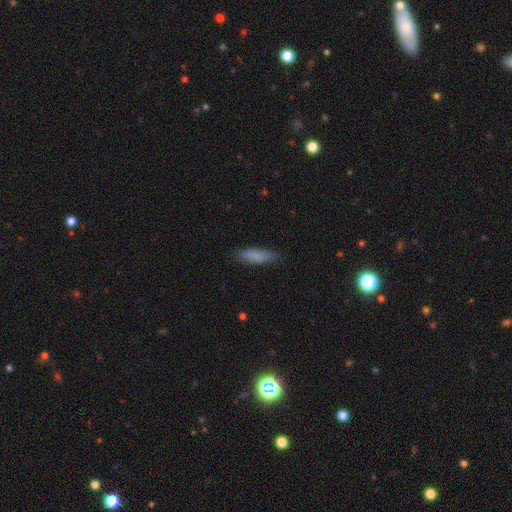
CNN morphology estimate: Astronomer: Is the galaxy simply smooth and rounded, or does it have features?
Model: smooth — 84%.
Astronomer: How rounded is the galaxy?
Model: cigar-shaped — 57% (runner-up: in between, 41%).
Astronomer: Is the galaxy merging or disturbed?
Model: none — 82%.